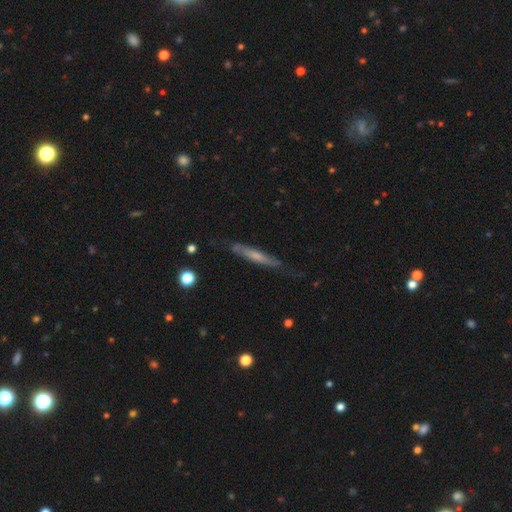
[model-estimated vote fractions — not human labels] The model was most divided on "smooth or featured": featured or disk: 52%, smooth: 42%, star or artifact: 7%. More confident: edge-on disk — yes (84%); merging — none (70%).